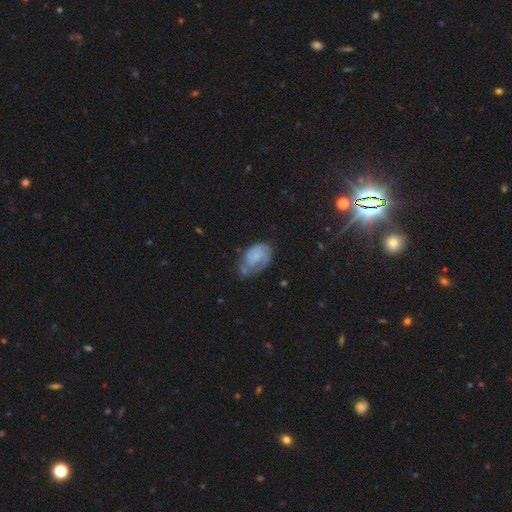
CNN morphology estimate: This appears to be a featured or disk galaxy (59%) with no bar (72%), spiral arms (83%) and a small central bulge (43%). Merging: none (44%).